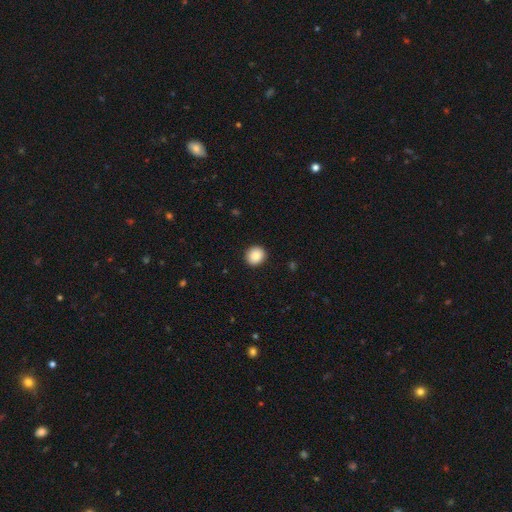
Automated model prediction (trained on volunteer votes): smooth-or-featured: smooth: 89% | star or artifact: 8% | featured or disk: 3%
  how-rounded: round: 82% | in between: 17% | cigar-shaped: 1%
  merging: none: 92% | minor disturbance: 6% | major disturbance: 2% | merger: 1%